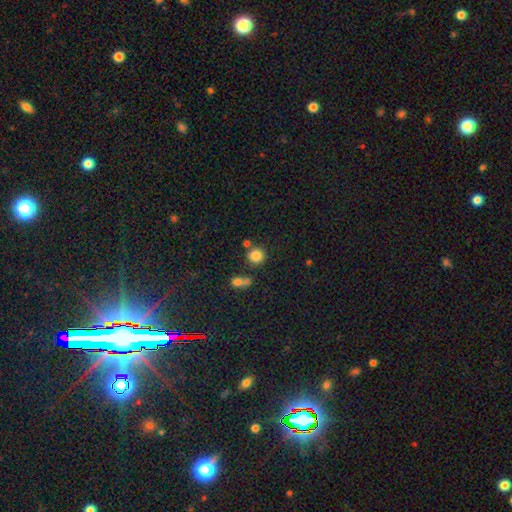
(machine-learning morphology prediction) A smooth galaxy with no disk features (83%) that is round (90%).

Vote fractions:
- Smooth or featured? smooth: 83% / star or artifact: 11% / featured or disk: 6%
- How rounded? round: 90% / in between: 9% / cigar-shaped: 1%
- Merging? none: 72% / merger: 14% / minor disturbance: 10% / major disturbance: 4%